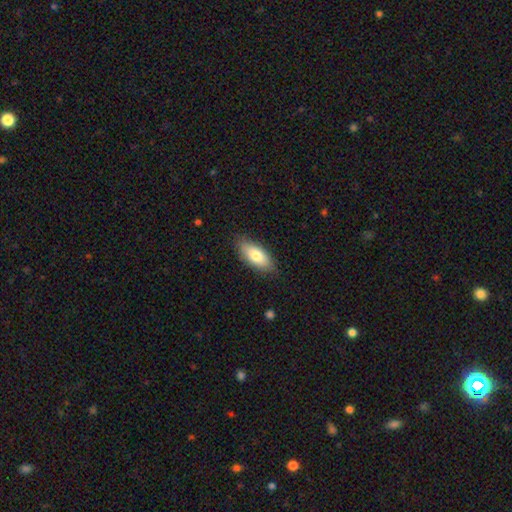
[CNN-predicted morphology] smooth-or-featured: smooth: 78% | featured or disk: 16% | star or artifact: 6%
  how-rounded: in between: 84% | cigar-shaped: 13% | round: 2%
  merging: none: 84% | minor disturbance: 13% | major disturbance: 2% | merger: 1%